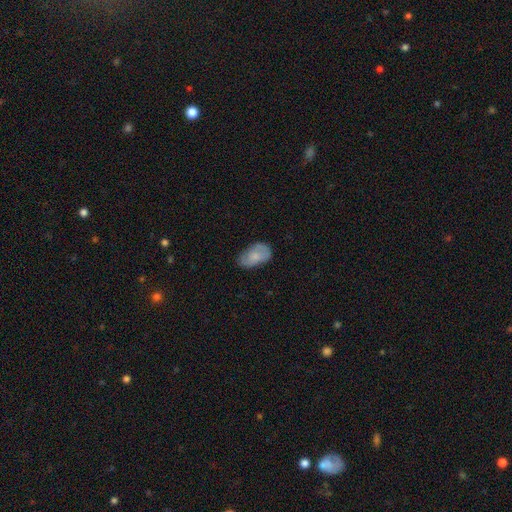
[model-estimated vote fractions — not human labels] smooth 70%, featured or disk 23%, star or artifact 7%. Down the decision tree: how rounded — in between (92%); merging — none (64%).